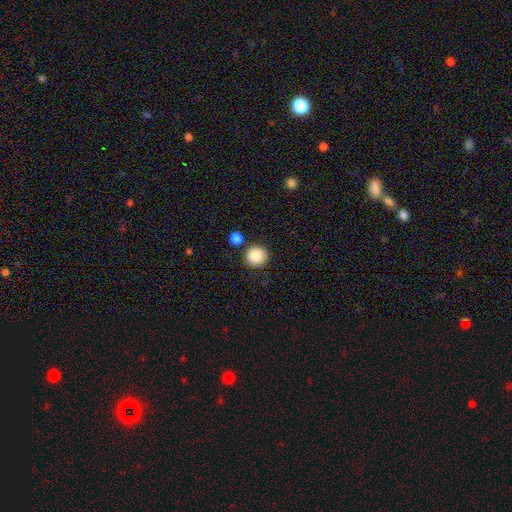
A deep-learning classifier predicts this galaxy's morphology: Smooth or featured? smooth (88%)
How rounded? round (92%)
Merging? none (84%)